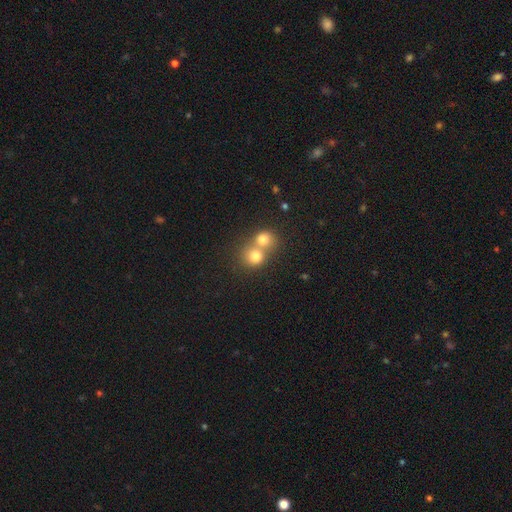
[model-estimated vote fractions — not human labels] This appears to be a smooth galaxy with no disk features (75%) that is round (81%). Merging: merger (63%).